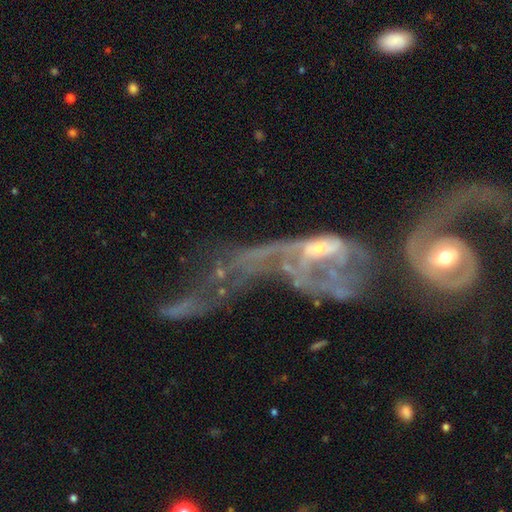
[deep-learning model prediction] This is likely a featured or disk galaxy (72%). It is clearly not viewed edge-on (91%). Bar: likely no (67%). Spiral arm pattern: possibly yes (53%). Central bulge: marginally small (43%). Merging: possibly merger (50%).